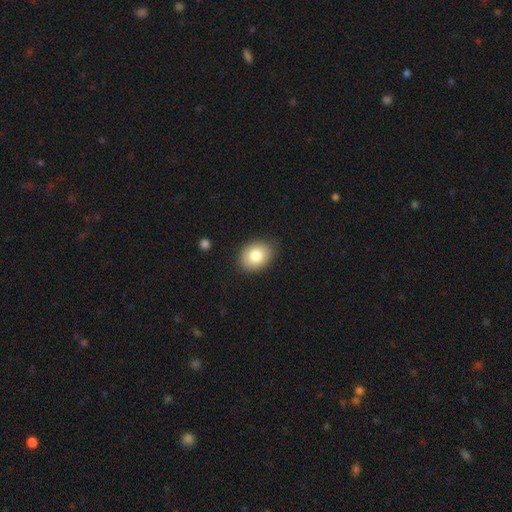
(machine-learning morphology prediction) Smooth or featured? smooth (80%)
How rounded? in between (60%)
Merging? none (85%)